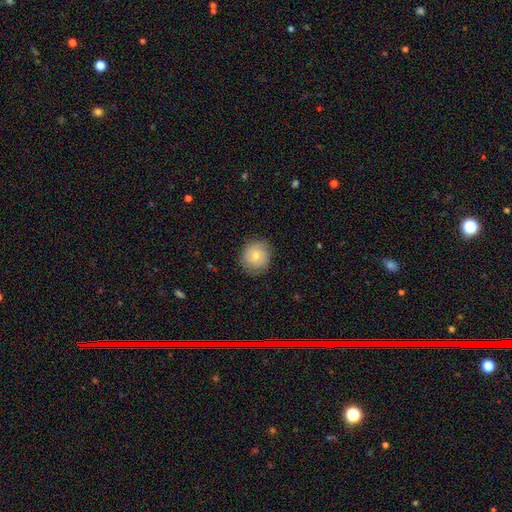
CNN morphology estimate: Smooth or featured? Predicted: smooth (p=0.73). How rounded? Predicted: round (p=0.87). Merging? Predicted: none (p=0.80).